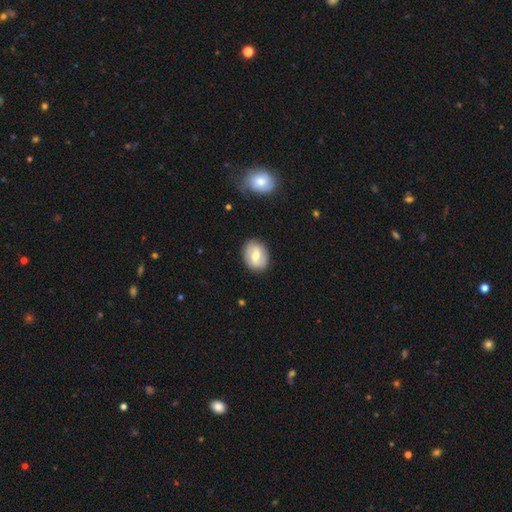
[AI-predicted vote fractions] A smooth galaxy with no disk features (58%) that is in between round and cigar-shaped (54%).

Vote fractions:
- Smooth or featured? smooth: 58% / featured or disk: 35% / star or artifact: 7%
- How rounded? in between: 54% / round: 45% / cigar-shaped: 1%
- Merging? none: 86% / minor disturbance: 10% / major disturbance: 3% / merger: 1%